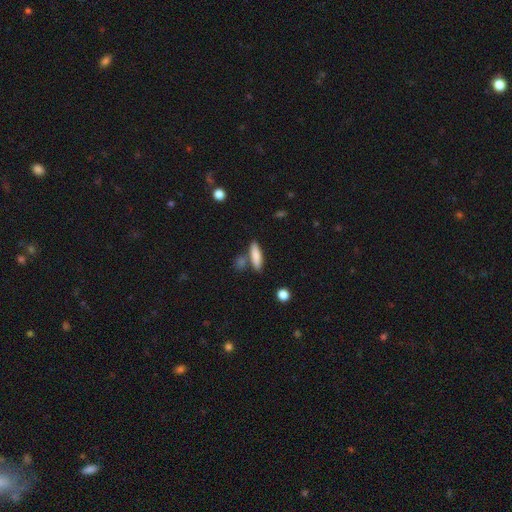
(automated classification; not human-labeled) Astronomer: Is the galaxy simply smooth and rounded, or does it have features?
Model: smooth — 81%.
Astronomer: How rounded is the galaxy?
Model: cigar-shaped — 67%.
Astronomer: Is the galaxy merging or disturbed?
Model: none — 70%.